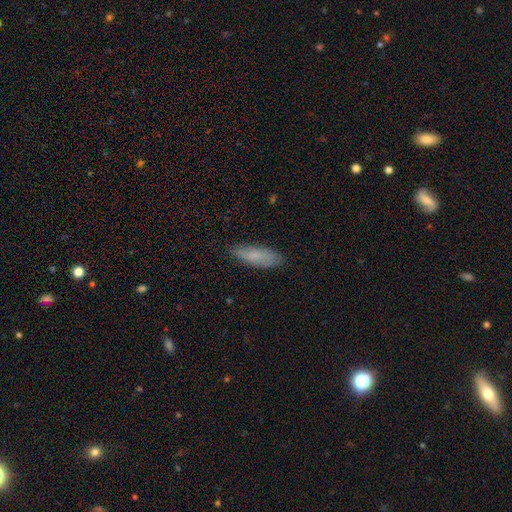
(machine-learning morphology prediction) Smooth or featured? Predicted: smooth (p=0.76). How rounded? Predicted: in between (p=0.53). Merging? Predicted: none (p=0.79).